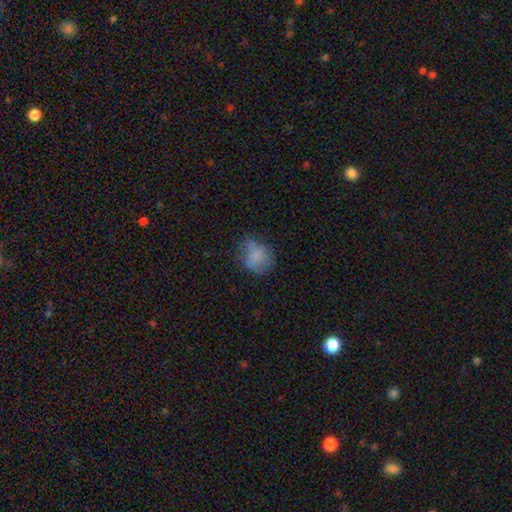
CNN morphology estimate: A smooth galaxy with no disk features (72%) that is round (56%). Merging: none (56%).